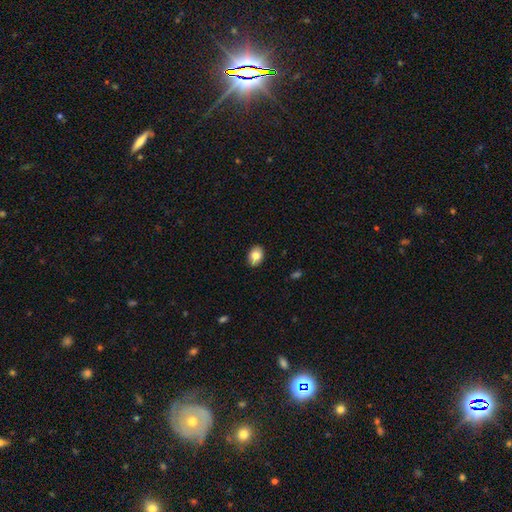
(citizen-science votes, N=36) Smooth or featured?
  - smooth: 78% *
  - featured or disk: 19%
  - star or artifact: 3%
How rounded?
  - in between: 68% *
  - round: 32%
  - cigar-shaped: 0%
Merging?
  - none: 77% *
  - minor disturbance: 11%
  - major disturbance: 11%
  - merger: 0%